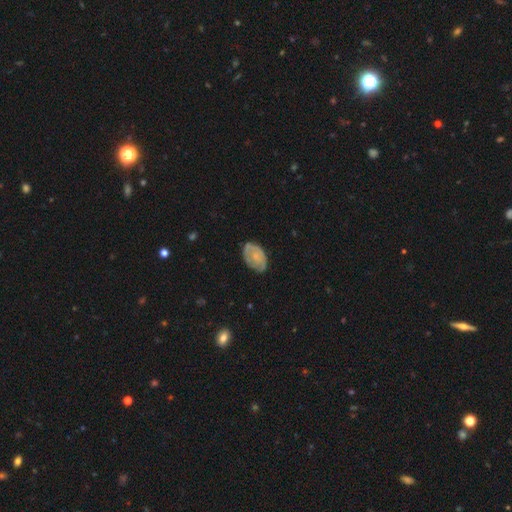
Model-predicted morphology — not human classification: Smooth or featured?
  - featured or disk: 51% *
  - smooth: 42%
  - star or artifact: 7%
Edge-on disk?
  - no: 95% *
  - yes: 5%
Merging?
  - none: 70% *
  - minor disturbance: 22%
  - major disturbance: 6%
  - merger: 1%